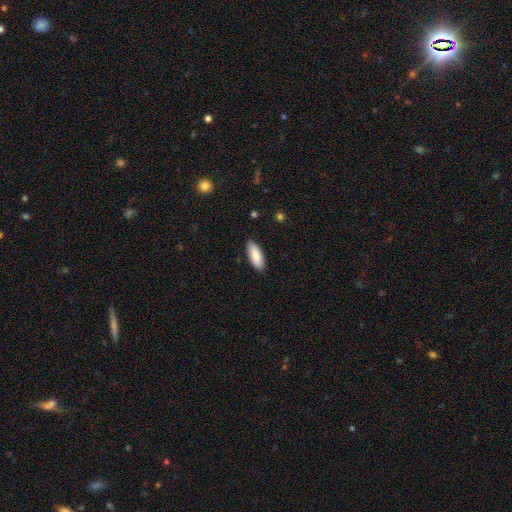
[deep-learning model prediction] This is clearly a smooth galaxy (85%). How rounded: likely in between (77%). Merging: clearly none (88%).